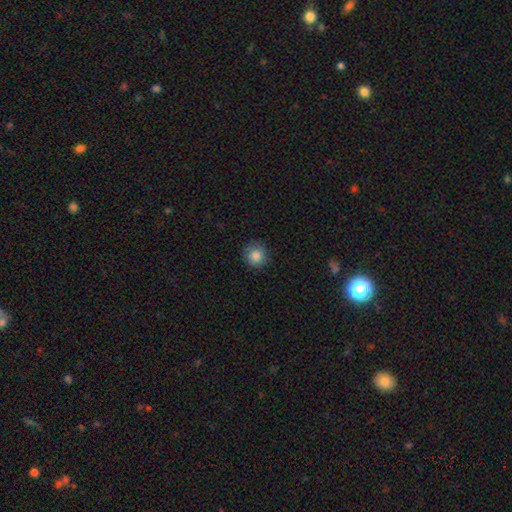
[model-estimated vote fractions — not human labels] Overall: smooth (85%). How rounded: round (93%). Merging: none (87%).